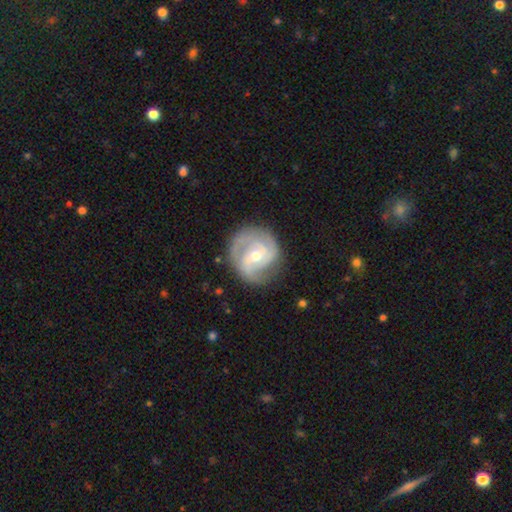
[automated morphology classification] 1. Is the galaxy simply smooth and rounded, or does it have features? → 87% featured or disk, 8% smooth, 4% star or artifact.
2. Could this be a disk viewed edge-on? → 98% no, 2% yes.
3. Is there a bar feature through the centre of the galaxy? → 49% no, 39% weak, 11% strong.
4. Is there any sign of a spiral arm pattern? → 97% yes, 3% no.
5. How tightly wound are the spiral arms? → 47% tight, 43% medium, 10% loose.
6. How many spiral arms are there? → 42% 3, 36% 2, 10% can't tell, 5% 4, 4% 1, 4% more than 4.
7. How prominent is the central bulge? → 54% moderate, 43% small, 2% large, 1% none, 1% dominant.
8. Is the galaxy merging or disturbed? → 76% none, 17% minor disturbance, 6% major disturbance, 1% merger.